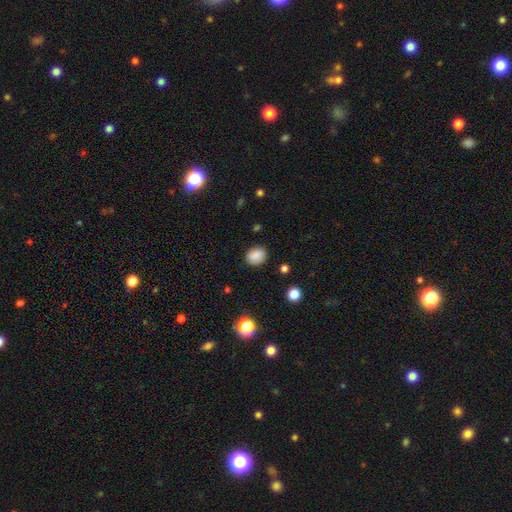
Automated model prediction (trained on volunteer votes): Smooth or featured?
  - smooth: 84% *
  - star or artifact: 10%
  - featured or disk: 6%
How rounded?
  - round: 53% *
  - in between: 46%
  - cigar-shaped: 1%
Merging?
  - none: 82% *
  - minor disturbance: 13%
  - major disturbance: 3%
  - merger: 2%